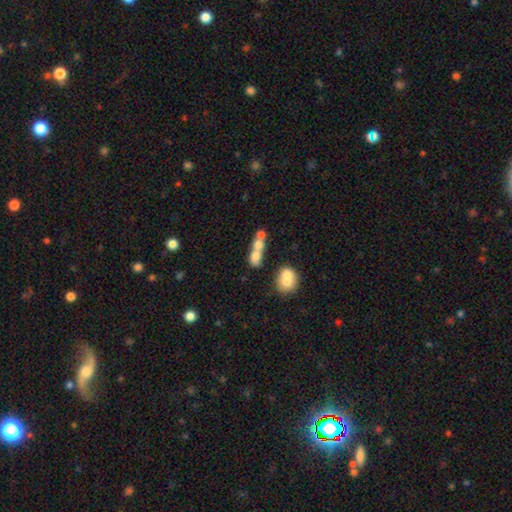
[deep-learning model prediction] Smooth or featured? smooth (63%)
How rounded? in between (48%)
Merging? merger (64%)